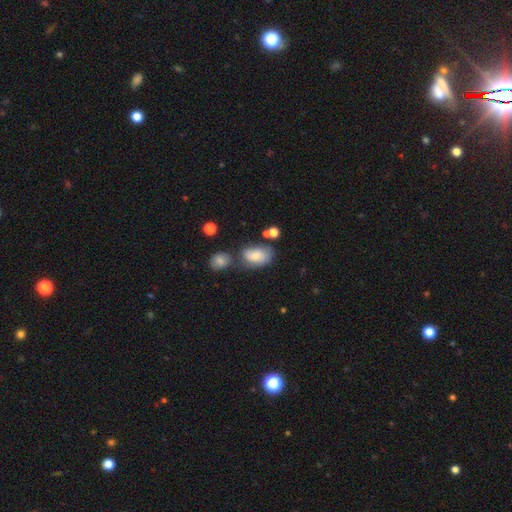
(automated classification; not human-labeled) A smooth galaxy with no disk features (66%) that is in between round and cigar-shaped (87%). Merging: none (45%).